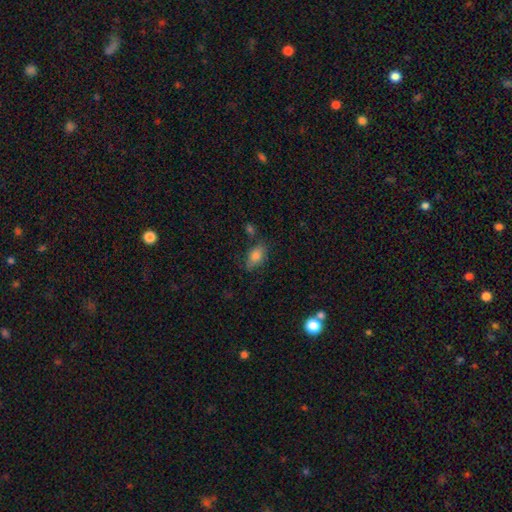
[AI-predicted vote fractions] The model was most divided on "merging": none: 69%, minor disturbance: 20%, merger: 6%, major disturbance: 5%. More confident: how rounded — in between (87%); smooth or featured — smooth (78%).